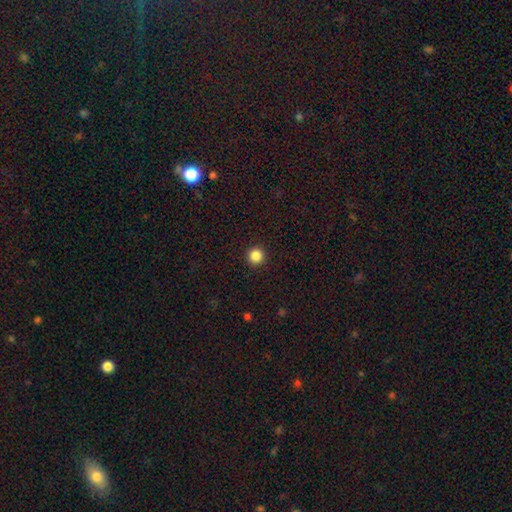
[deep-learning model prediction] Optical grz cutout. It shows a smooth galaxy with no disk features (86%) that is round (96%). Merging: none (93%).